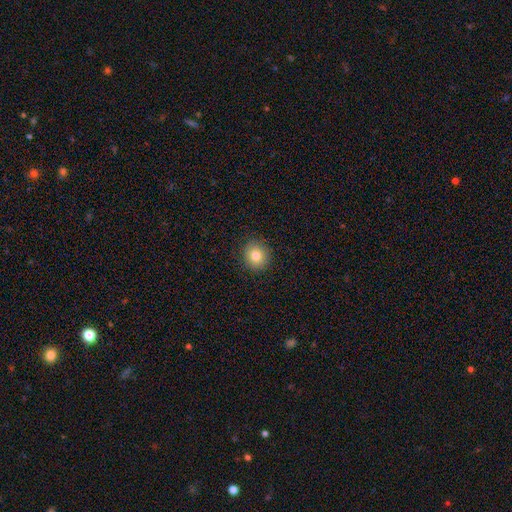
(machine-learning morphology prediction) smooth 81%, star or artifact 11%, featured or disk 8%. Down the decision tree: how rounded — round (88%); merging — none (91%).